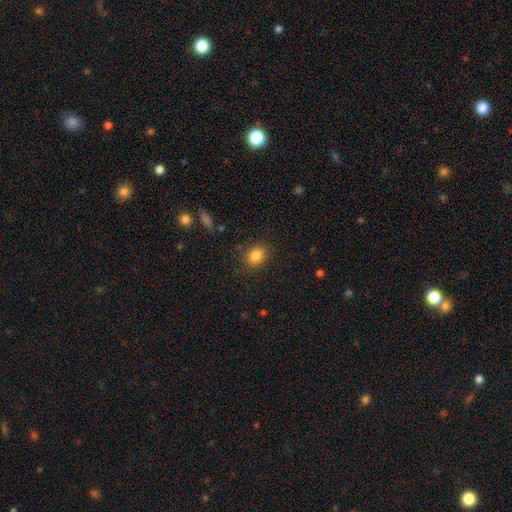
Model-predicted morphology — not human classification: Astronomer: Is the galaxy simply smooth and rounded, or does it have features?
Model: smooth — 84%.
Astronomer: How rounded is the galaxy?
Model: round — 58% (runner-up: in between, 41%).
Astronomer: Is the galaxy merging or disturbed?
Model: none — 85%.